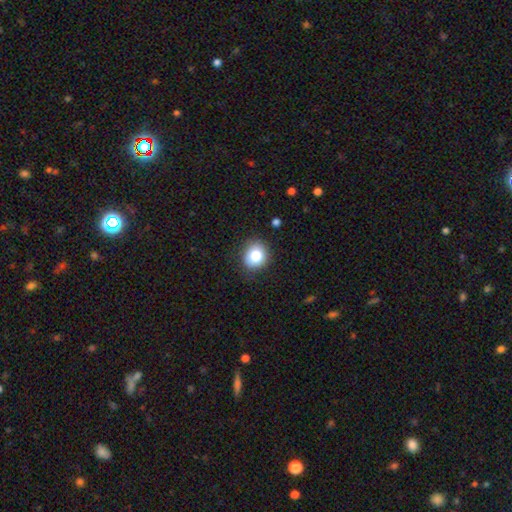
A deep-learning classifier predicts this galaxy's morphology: Q: Smooth or featured?
A: smooth (81%); runner-up: star or artifact (10%)
Q: How rounded?
A: round (73%); runner-up: in between (27%)
Q: Merging?
A: none (84%); runner-up: minor disturbance (11%)